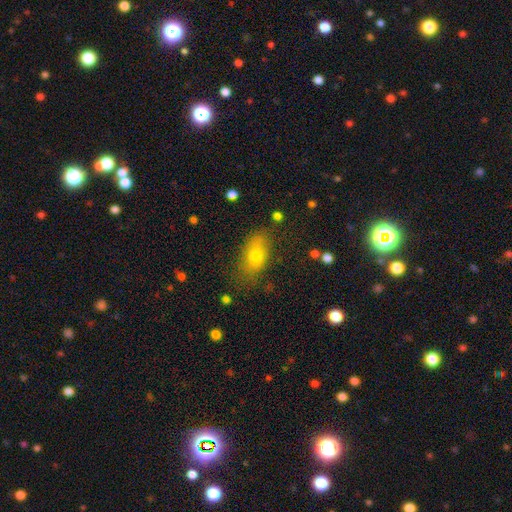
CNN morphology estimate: smooth_or_featured: smooth (p=0.74) [alt: featured or disk p=0.16]
how_rounded: in between (p=0.85) [alt: round p=0.09]
merging: none (p=0.72) [alt: minor disturbance p=0.19]